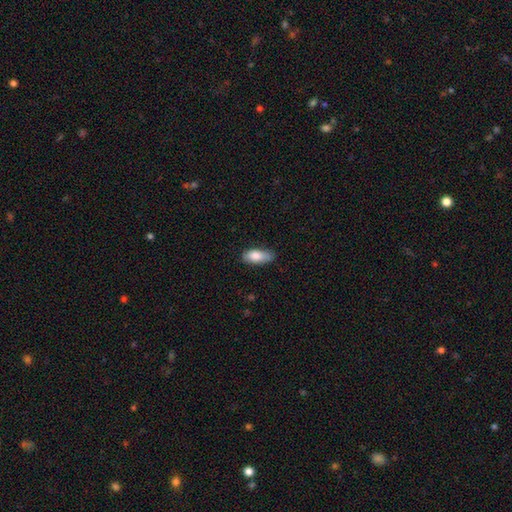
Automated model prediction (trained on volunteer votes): Smooth or featured: smooth — 84% (featured or disk — 10%)
How rounded: in between — 83% (cigar-shaped — 15%)
Merging: none — 71% (minor disturbance — 23%)